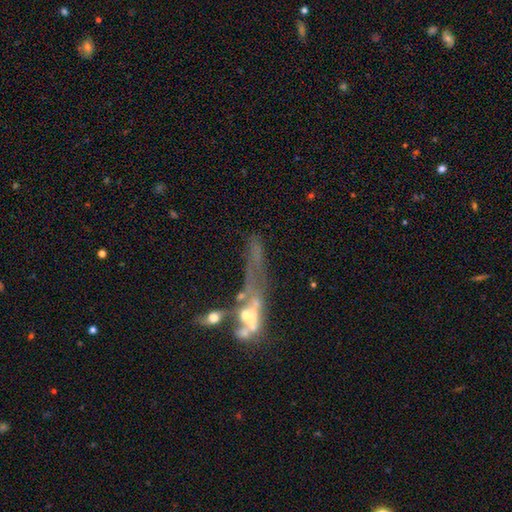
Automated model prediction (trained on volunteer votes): Smooth or featured: featured or disk — 52% (smooth — 27%)
Edge-on disk: no — 68% (yes — 32%)
Merging: merger — 36% (major disturbance — 34%)